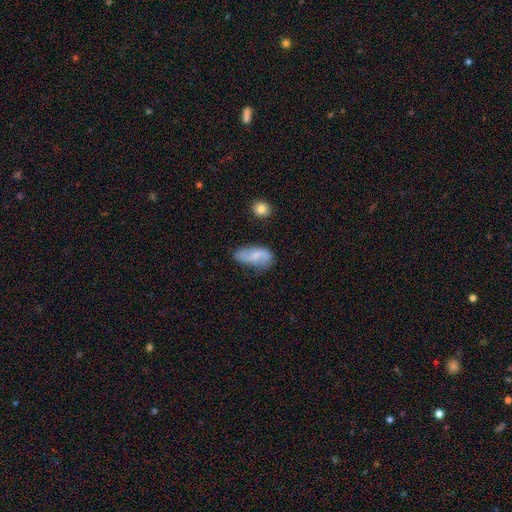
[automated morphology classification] Smooth or featured? featured or disk (51%)
Edge-on disk? no (95%)
Merging? none (58%)